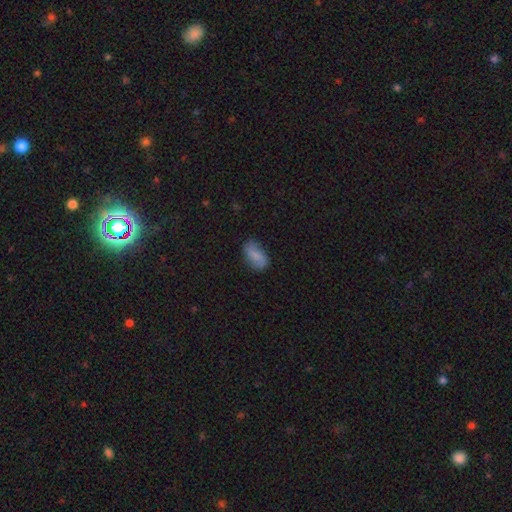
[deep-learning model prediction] Smooth or featured? smooth (71%)
How rounded? in between (91%)
Merging? none (71%)